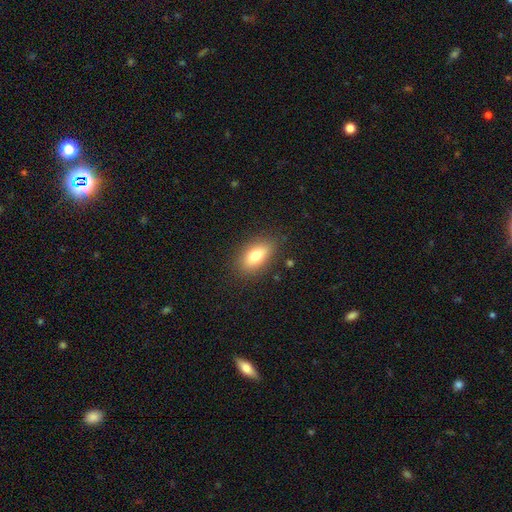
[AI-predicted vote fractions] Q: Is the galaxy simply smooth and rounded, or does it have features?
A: smooth — 75%.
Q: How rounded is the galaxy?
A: in between — 84%.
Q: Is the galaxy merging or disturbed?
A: none — 83%.